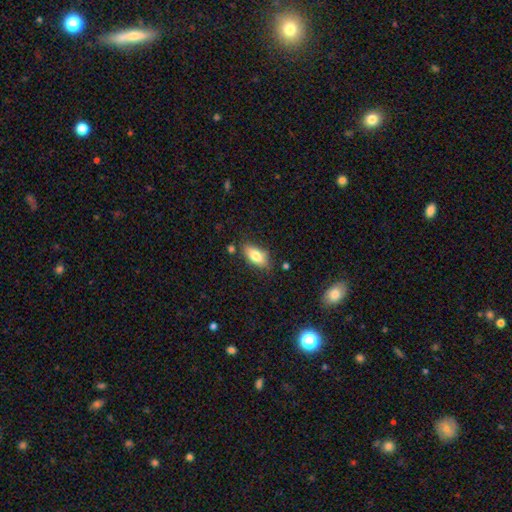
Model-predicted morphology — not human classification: A smooth galaxy with no disk features (78%) that is in between round and cigar-shaped (87%). Merging: none (78%).